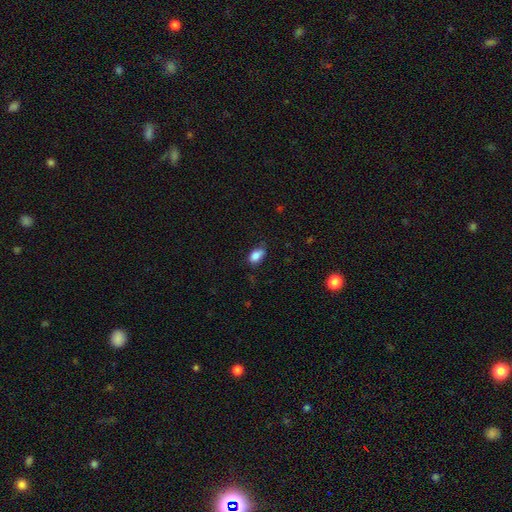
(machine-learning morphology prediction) A smooth galaxy with no disk features (85%) that is in between round and cigar-shaped (89%). Merging: none (64%).